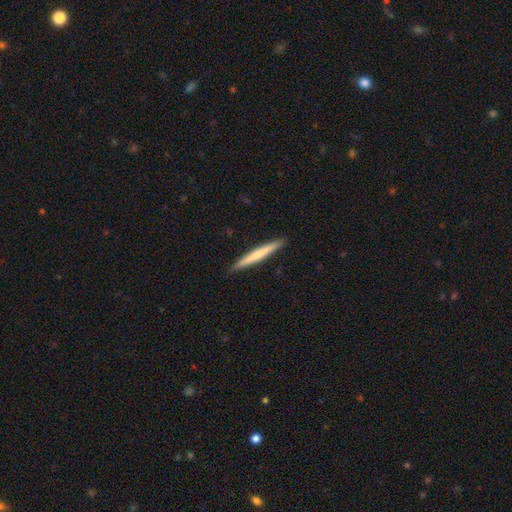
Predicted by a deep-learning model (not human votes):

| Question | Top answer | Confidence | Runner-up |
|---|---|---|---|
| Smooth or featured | smooth | 58% | featured or disk (37%) |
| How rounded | cigar-shaped | 97% | in between (2%) |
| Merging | none | 93% | minor disturbance (5%) |